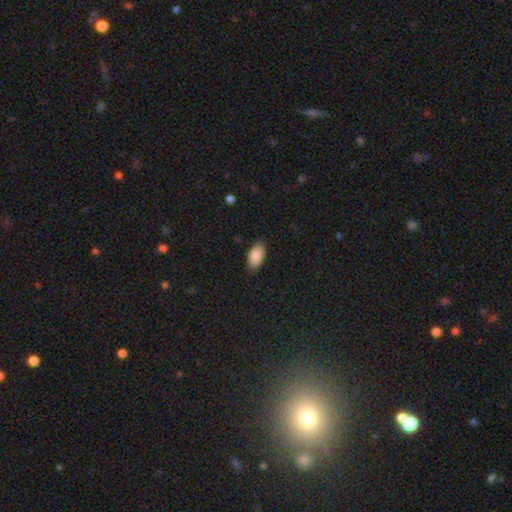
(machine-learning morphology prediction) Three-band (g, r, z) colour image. It shows a smooth galaxy with no disk features (88%) that is in between round and cigar-shaped (94%). Merging: none (86%).